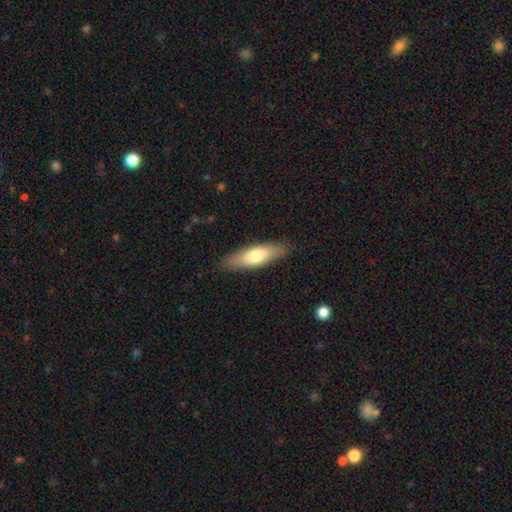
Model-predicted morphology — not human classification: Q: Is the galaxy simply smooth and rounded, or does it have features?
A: smooth — 70%.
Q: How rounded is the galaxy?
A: in between — 50%.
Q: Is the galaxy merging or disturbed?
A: none — 86%.